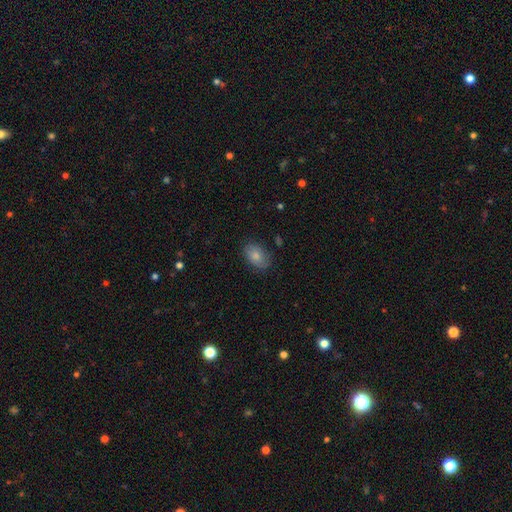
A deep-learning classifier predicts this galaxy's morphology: This is likely a smooth galaxy (80%). How rounded: clearly in between (87%). Merging: likely none (78%).